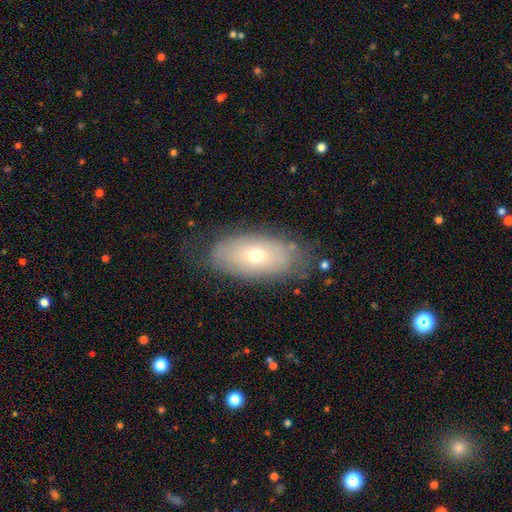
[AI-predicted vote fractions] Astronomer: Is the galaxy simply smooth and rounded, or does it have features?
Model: smooth — 51% (runner-up: featured or disk, 40%).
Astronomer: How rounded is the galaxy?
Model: in between — 89%.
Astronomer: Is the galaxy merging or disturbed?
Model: none — 74%.